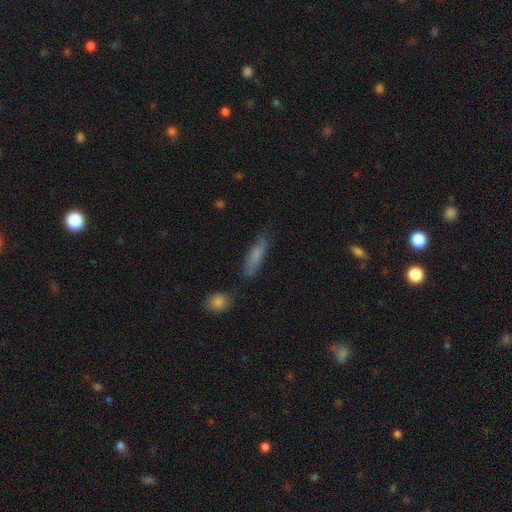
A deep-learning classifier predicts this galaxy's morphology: Q: Smooth or featured?
A: smooth (74%); runner-up: featured or disk (18%)
Q: How rounded?
A: cigar-shaped (66%); runner-up: in between (31%)
Q: Merging?
A: none (71%); runner-up: minor disturbance (19%)